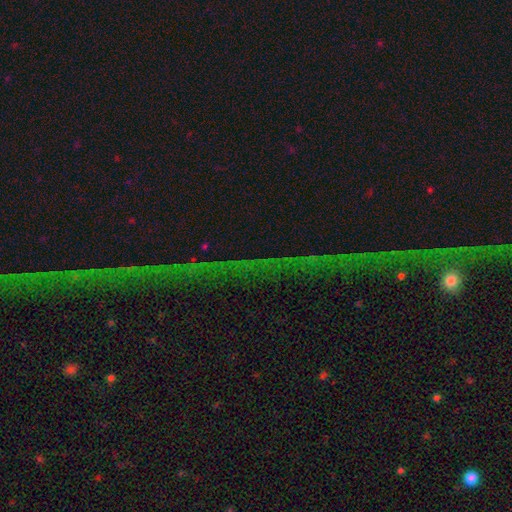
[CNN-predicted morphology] type=star or artifact (77%).